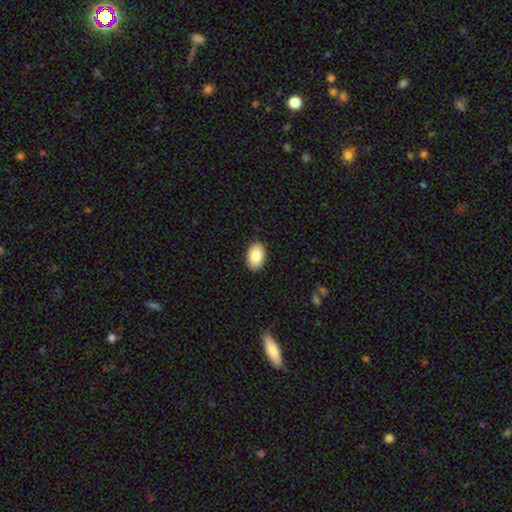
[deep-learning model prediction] Q: Smooth or featured?
A: smooth (87%); runner-up: featured or disk (7%)
Q: How rounded?
A: in between (91%); runner-up: round (7%)
Q: Merging?
A: none (90%); runner-up: minor disturbance (7%)